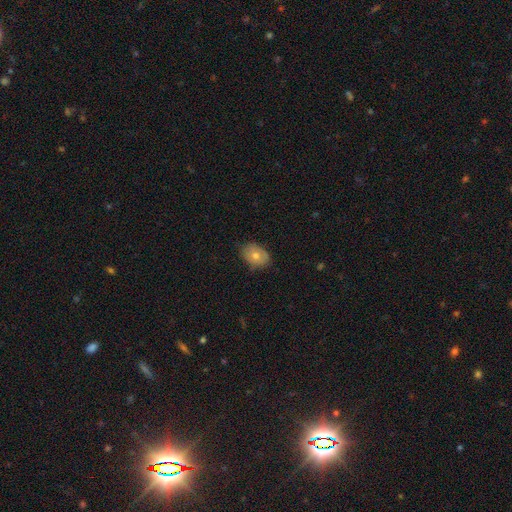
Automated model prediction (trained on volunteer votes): Smooth or featured? Predicted: smooth (p=0.66). How rounded? Predicted: in between (p=0.75). Merging? Predicted: none (p=0.78).